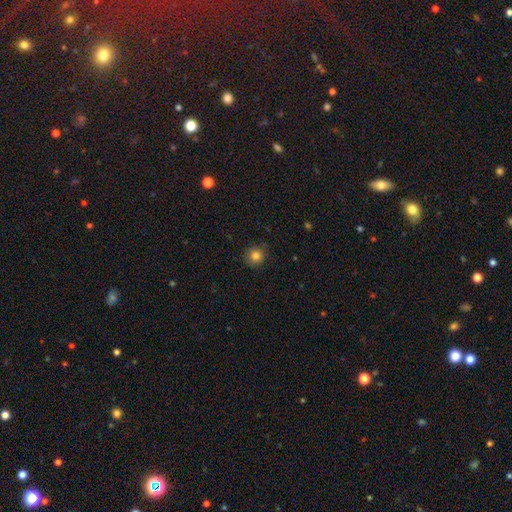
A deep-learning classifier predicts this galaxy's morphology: The model was most divided on "smooth or featured": smooth: 83%, star or artifact: 12%, featured or disk: 5%. More confident: how rounded — round (92%); merging — none (87%).